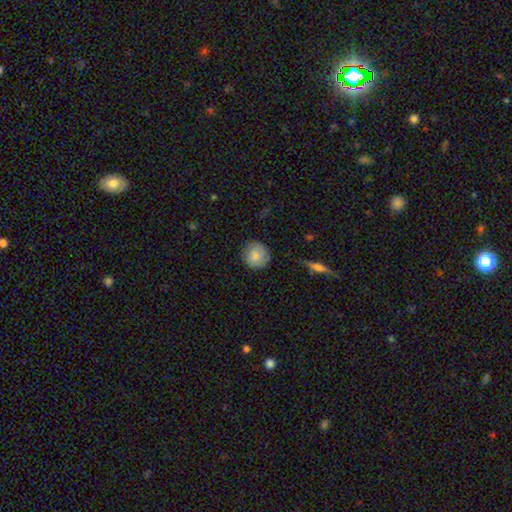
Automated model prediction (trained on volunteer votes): A smooth galaxy with no disk features (83%) that is round (92%).

Vote fractions:
- Smooth or featured? smooth: 83% / featured or disk: 10% / star or artifact: 7%
- How rounded? round: 92% / in between: 6% / cigar-shaped: 1%
- Merging? none: 83% / minor disturbance: 13% / major disturbance: 3% / merger: 1%